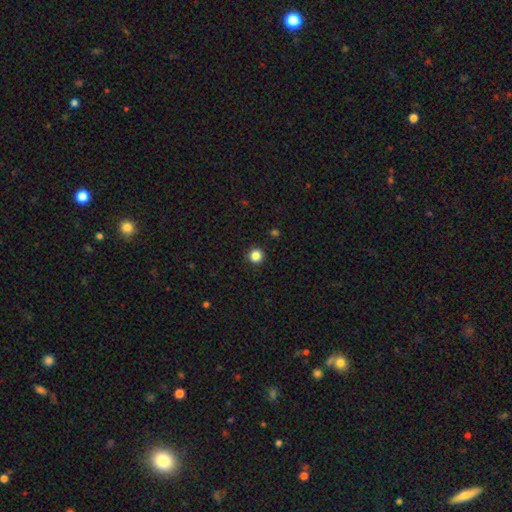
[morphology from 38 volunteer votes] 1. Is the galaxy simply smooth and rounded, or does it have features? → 84% smooth, 8% featured or disk, 8% star or artifact.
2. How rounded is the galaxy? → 97% round, 3% in between, 0% cigar-shaped.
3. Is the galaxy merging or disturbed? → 83% none, 11% minor disturbance, 6% major disturbance, 0% merger.